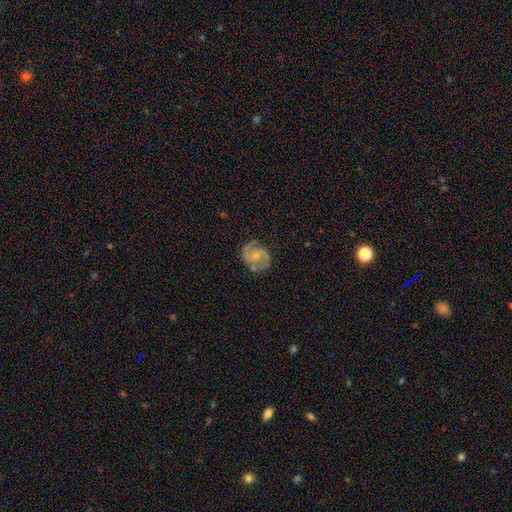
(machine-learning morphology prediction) Smooth or featured? featured or disk (83%)
Edge-on disk? no (98%)
Bar? no (53%)
Spiral arms? yes (96%)
Spiral winding? medium (57%)
Spiral arm count? 2 (91%)
Bulge size? small (50%)
Merging? none (73%)